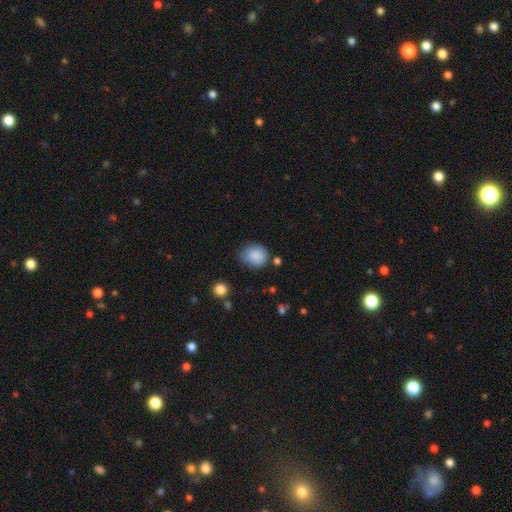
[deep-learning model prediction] Smooth or featured? smooth (87%)
How rounded? round (63%)
Merging? none (63%)